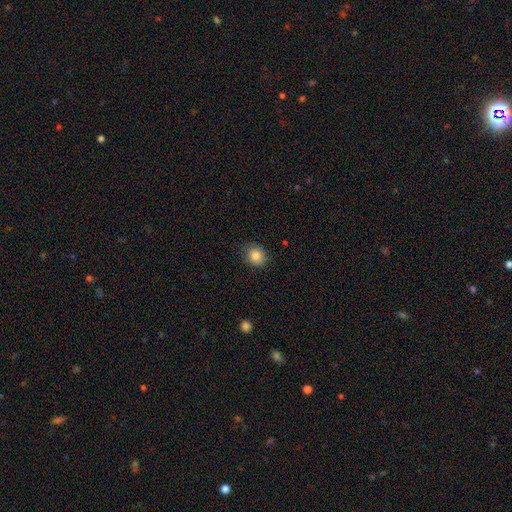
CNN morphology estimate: Smooth or featured?
  - smooth: 83% *
  - star or artifact: 10%
  - featured or disk: 6%
How rounded?
  - round: 75% *
  - in between: 24%
  - cigar-shaped: 1%
Merging?
  - none: 87% *
  - minor disturbance: 9%
  - major disturbance: 2%
  - merger: 1%